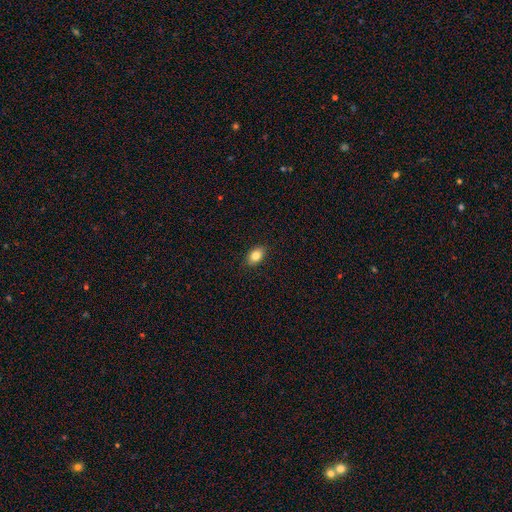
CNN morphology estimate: This is clearly a smooth galaxy (84%). How rounded: clearly in between (86%). Merging: clearly none (89%).